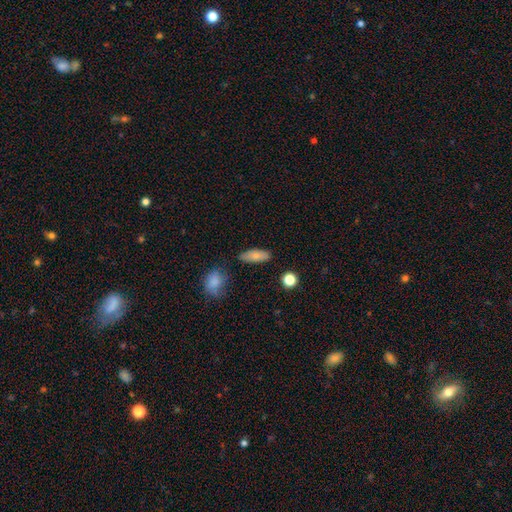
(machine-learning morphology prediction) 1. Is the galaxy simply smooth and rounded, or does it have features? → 78% smooth, 14% featured or disk, 8% star or artifact.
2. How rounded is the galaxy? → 74% in between, 22% cigar-shaped, 4% round.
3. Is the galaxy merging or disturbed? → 80% none, 14% minor disturbance, 3% major disturbance, 3% merger.